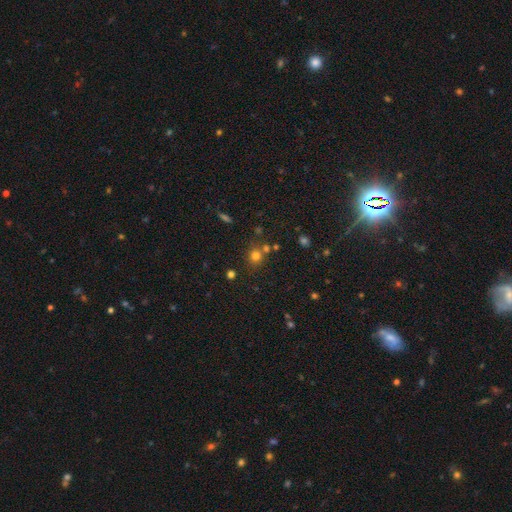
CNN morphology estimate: Smooth or featured?
  - smooth: 74% *
  - star or artifact: 18%
  - featured or disk: 8%
How rounded?
  - round: 84% *
  - in between: 15%
  - cigar-shaped: 1%
Merging?
  - none: 69% *
  - merger: 17%
  - minor disturbance: 10%
  - major disturbance: 4%